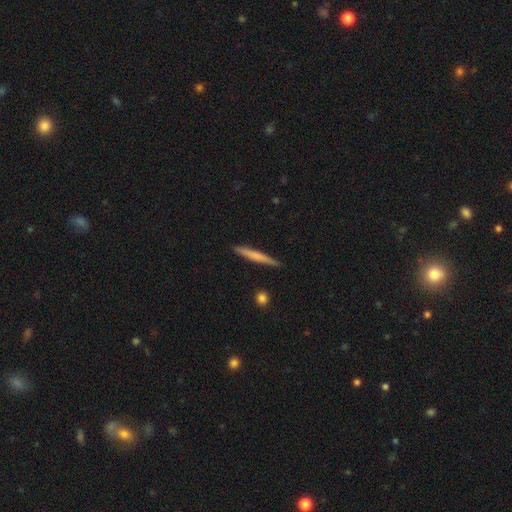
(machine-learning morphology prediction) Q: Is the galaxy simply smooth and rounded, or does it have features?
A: smooth — 62%.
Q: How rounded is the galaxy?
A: cigar-shaped — 95%.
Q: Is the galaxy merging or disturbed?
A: none — 89%.